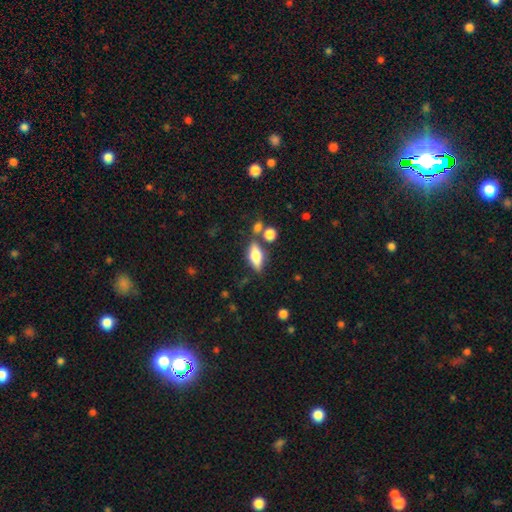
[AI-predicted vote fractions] Overall: smooth (58%; featured or disk 34%). How rounded: in between (71%). Merging: none (72%).